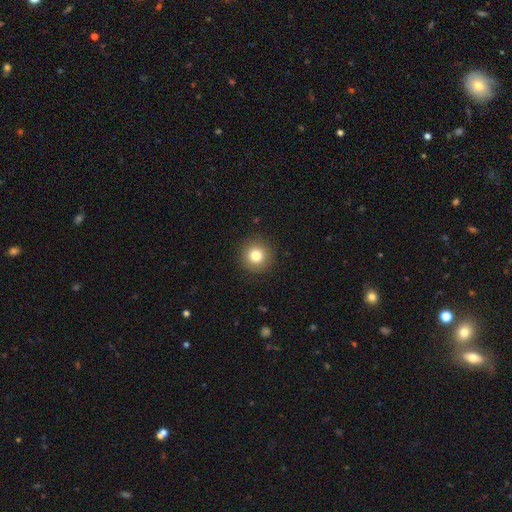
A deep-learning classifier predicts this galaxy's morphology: Q: Smooth or featured?
A: smooth (81%); runner-up: star or artifact (11%)
Q: How rounded?
A: round (95%); runner-up: in between (4%)
Q: Merging?
A: none (91%); runner-up: minor disturbance (6%)